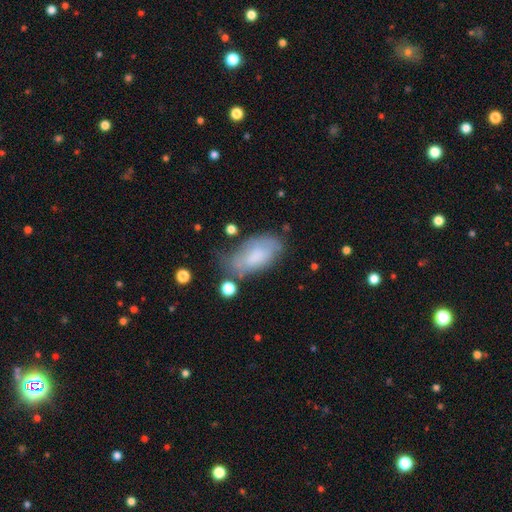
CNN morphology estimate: A smooth galaxy with no disk features (67%) that is in between round and cigar-shaped (93%). Merging: none (45%).